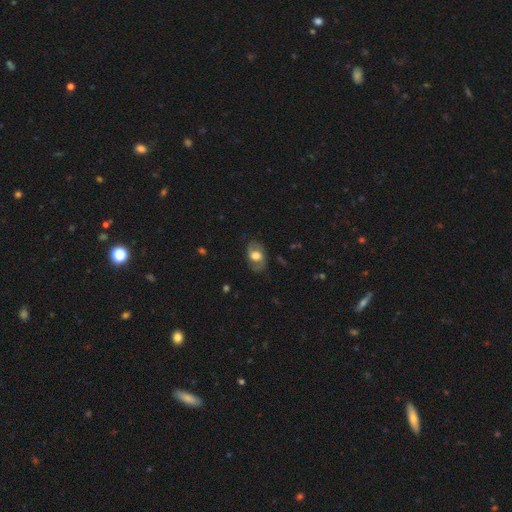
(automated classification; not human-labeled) The model was most divided on "smooth or featured": featured or disk: 53%, smooth: 40%, star or artifact: 7%. More confident: edge-on disk — no (93%); merging — none (74%).